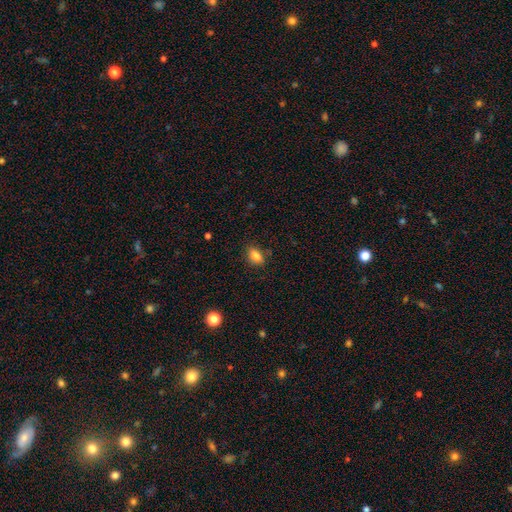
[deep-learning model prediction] This appears to be a smooth galaxy with no disk features (83%) that is in between round and cigar-shaped (83%). Merging: none (82%).